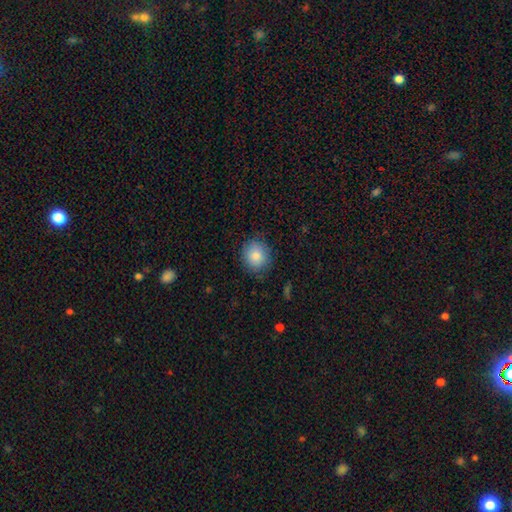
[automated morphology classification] Smooth or featured: smooth — 83% (star or artifact — 9%)
How rounded: round — 75% (in between — 25%)
Merging: none — 83% (minor disturbance — 13%)